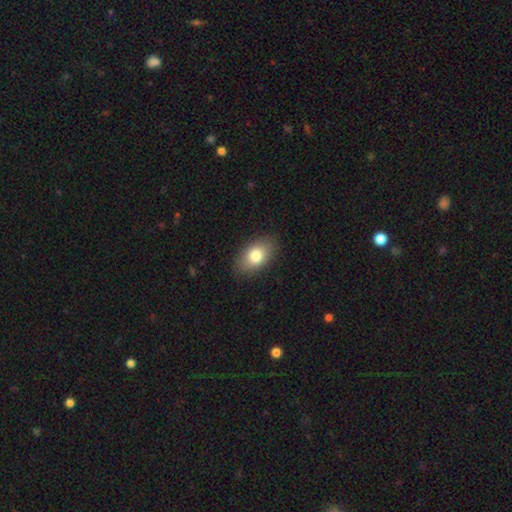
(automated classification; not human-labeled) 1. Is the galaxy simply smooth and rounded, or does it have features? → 81% smooth, 12% featured or disk, 8% star or artifact.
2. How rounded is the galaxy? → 89% in between, 10% round, 2% cigar-shaped.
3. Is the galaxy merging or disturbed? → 86% none, 10% minor disturbance, 3% major disturbance, 1% merger.